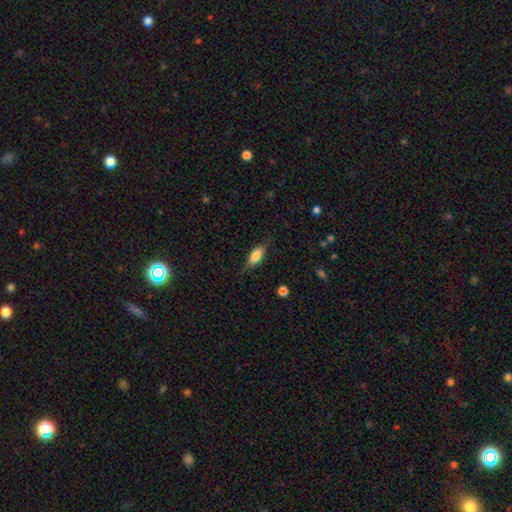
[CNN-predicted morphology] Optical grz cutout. It shows a smooth galaxy with no disk features (72%) that is in between round and cigar-shaped (69%). Merging: none (78%).